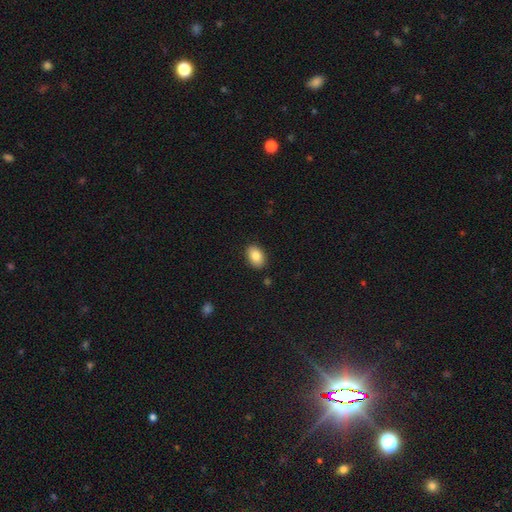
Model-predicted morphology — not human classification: Smooth or featured?
  - smooth: 85% *
  - star or artifact: 8%
  - featured or disk: 8%
How rounded?
  - in between: 85% *
  - round: 14%
  - cigar-shaped: 1%
Merging?
  - none: 88% *
  - minor disturbance: 9%
  - major disturbance: 2%
  - merger: 1%